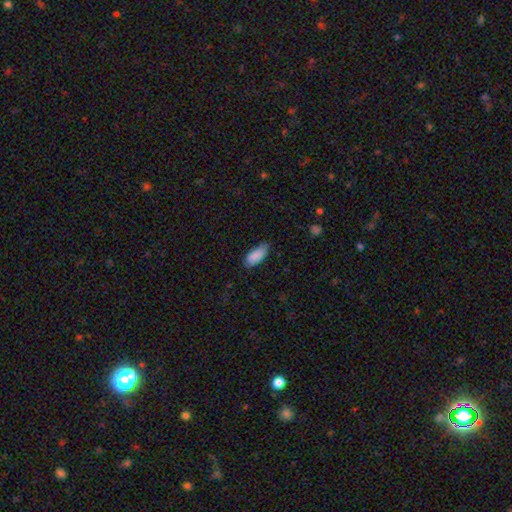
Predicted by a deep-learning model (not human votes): This appears to be a smooth galaxy with no disk features (87%) that is in between round and cigar-shaped (85%). Merging: none (70%).